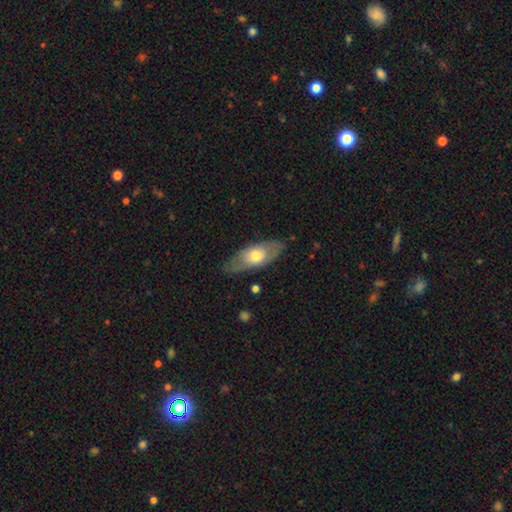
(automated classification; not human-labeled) smooth-or-featured: smooth: 49% | featured or disk: 45% | star or artifact: 6%
  merging: none: 78% | minor disturbance: 16% | major disturbance: 5% | merger: 1%